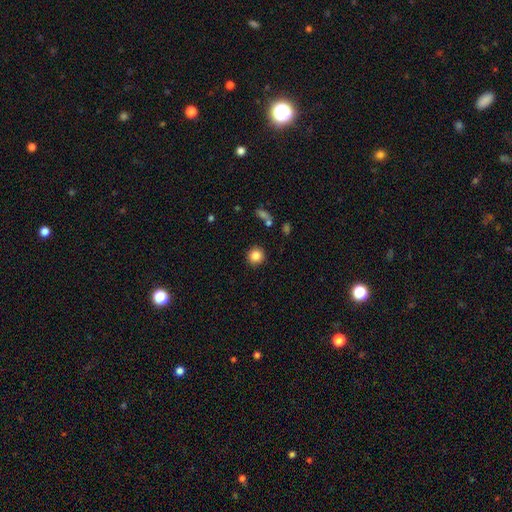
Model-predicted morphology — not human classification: smooth-or-featured: smooth: 86% | star or artifact: 10% | featured or disk: 5%
  how-rounded: round: 92% | in between: 7% | cigar-shaped: 1%
  merging: none: 90% | minor disturbance: 6% | major disturbance: 2% | merger: 2%